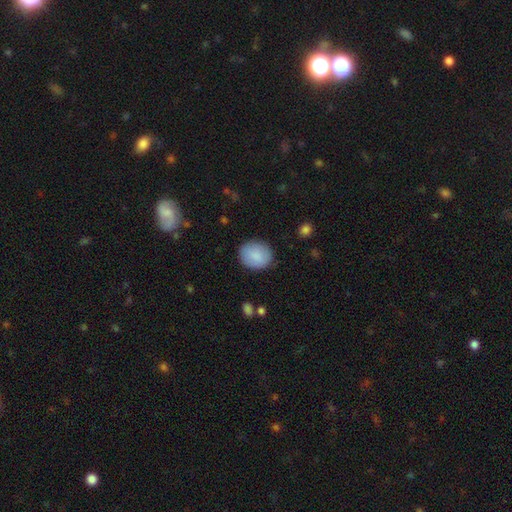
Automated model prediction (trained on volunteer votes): Smooth or featured? smooth (87%)
How rounded? round (65%)
Merging? none (85%)